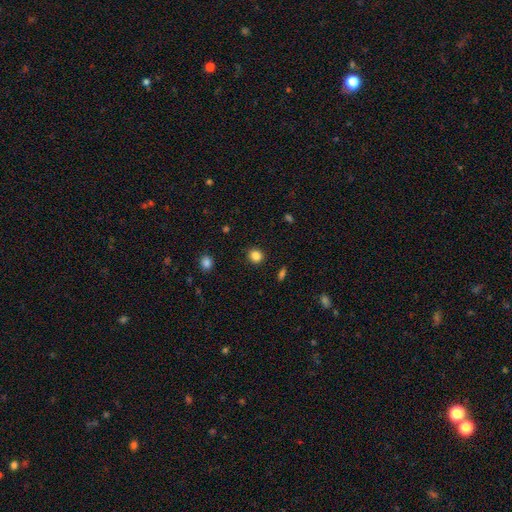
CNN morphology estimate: A smooth galaxy with no disk features (85%) that is round (80%).

Vote fractions:
- Smooth or featured? smooth: 85% / star or artifact: 11% / featured or disk: 4%
- How rounded? round: 80% / in between: 19% / cigar-shaped: 1%
- Merging? none: 90% / minor disturbance: 7% / major disturbance: 2% / merger: 1%